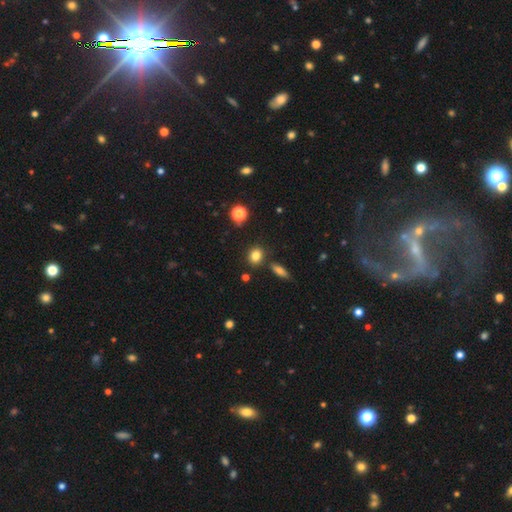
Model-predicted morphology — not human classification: Overall: smooth (82%). How rounded: round (59%; in between 39%). Merging: none (81%).